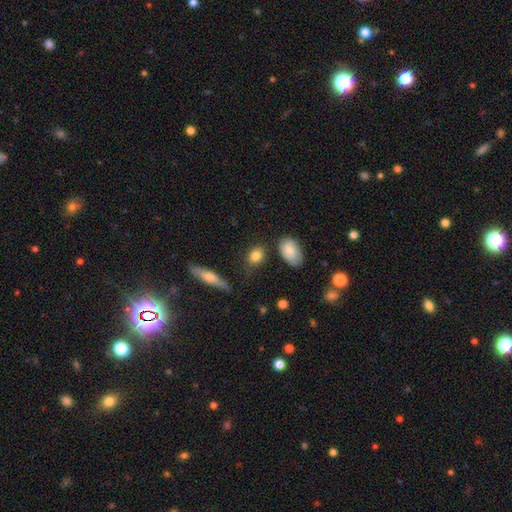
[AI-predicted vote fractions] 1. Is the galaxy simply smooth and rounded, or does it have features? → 82% smooth, 9% featured or disk, 9% star or artifact.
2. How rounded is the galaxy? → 63% in between, 34% round, 3% cigar-shaped.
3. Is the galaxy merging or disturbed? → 77% none, 14% minor disturbance, 5% merger, 4% major disturbance.